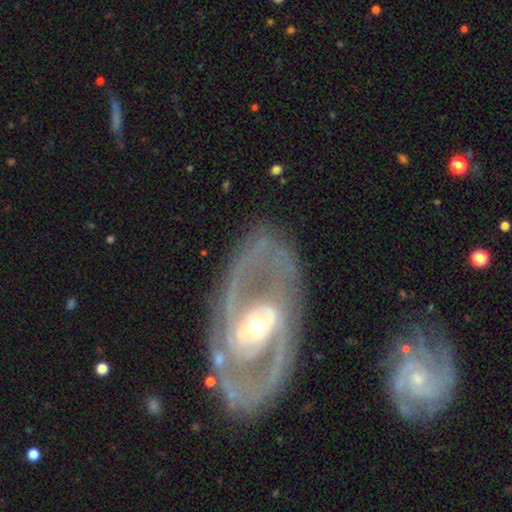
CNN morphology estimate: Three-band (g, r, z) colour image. It shows a featured or disk galaxy (89%) with a weak bar (37%), 2 (85%) medium (49%) spiral arms (93%) and a moderate central bulge (61%). Merging: none (77%).